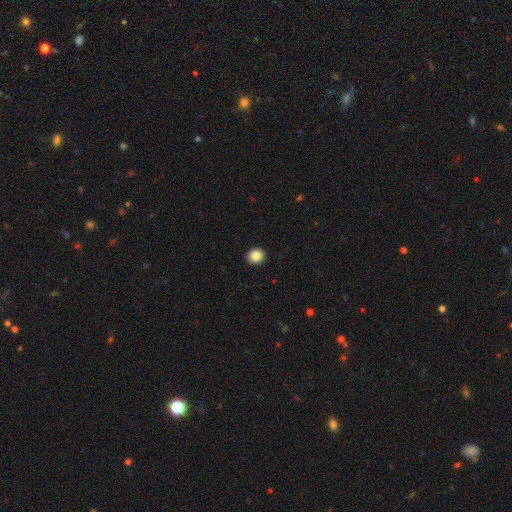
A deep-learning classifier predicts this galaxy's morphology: A smooth galaxy with no disk features (86%) that is round (88%). Merging: none (93%).